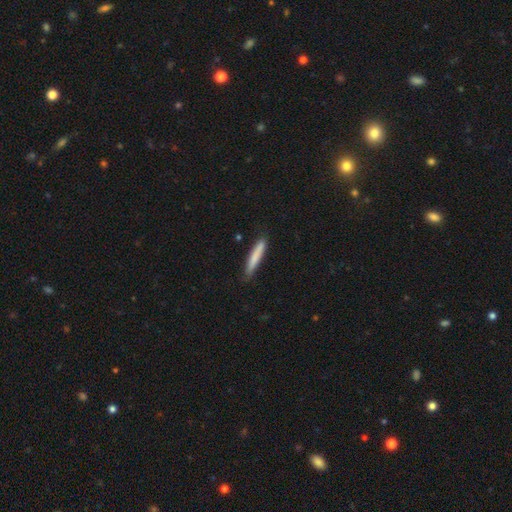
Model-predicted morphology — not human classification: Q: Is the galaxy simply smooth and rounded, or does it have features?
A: smooth — 77%.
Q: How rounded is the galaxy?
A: cigar-shaped — 94%.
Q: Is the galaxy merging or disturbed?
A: none — 81%.